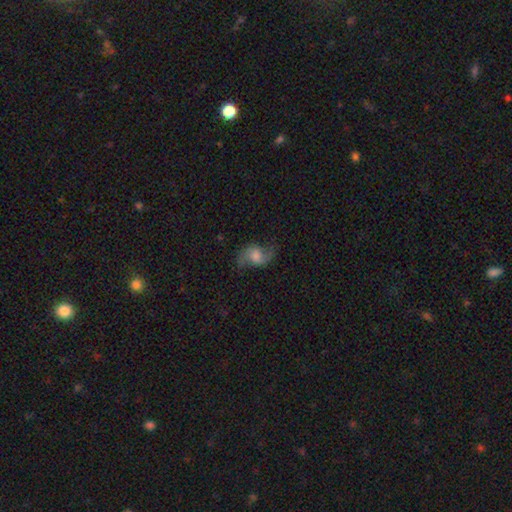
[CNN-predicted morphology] smooth_or_featured: featured or disk (p=0.69) [alt: smooth p=0.23]
disk_edge_on: no (p=0.96) [alt: yes p=0.04]
bar: no (p=0.57) [alt: weak p=0.36]
has_spiral_arms: yes (p=0.93) [alt: no p=0.07]
spiral_winding: loose (p=0.72) [alt: medium p=0.23]
spiral_arm_count: 2 (p=0.91) [alt: 1 p=0.03]
bulge_size: moderate (p=0.38) [alt: large p=0.26]
merging: none (p=0.72) [alt: minor disturbance p=0.17]